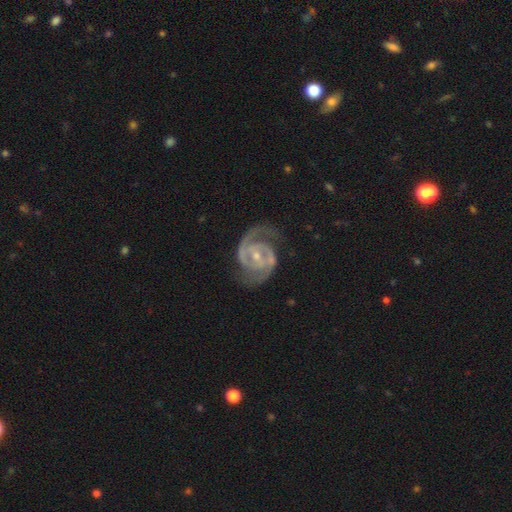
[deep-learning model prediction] Smooth or featured? featured or disk (93%)
Edge-on disk? no (98%)
Bar? weak (41%)
Spiral arms? yes (98%)
Spiral winding? tight (47%)
Spiral arm count? 2 (90%)
Bulge size? small (60%)
Merging? none (75%)